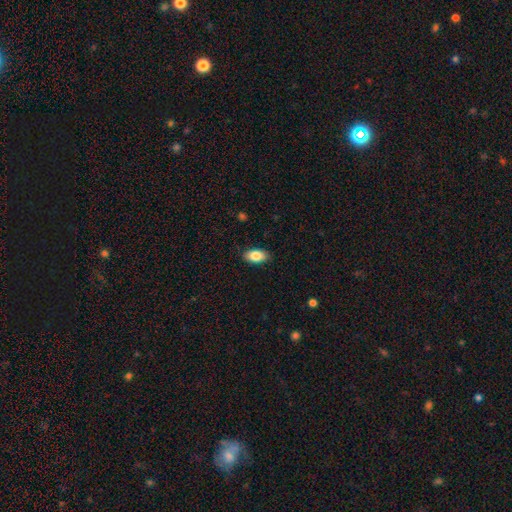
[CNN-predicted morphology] smooth_or_featured: smooth (p=0.84) [alt: featured or disk p=0.09]
how_rounded: in between (p=0.92) [alt: round p=0.05]
merging: none (p=0.87) [alt: minor disturbance p=0.10]